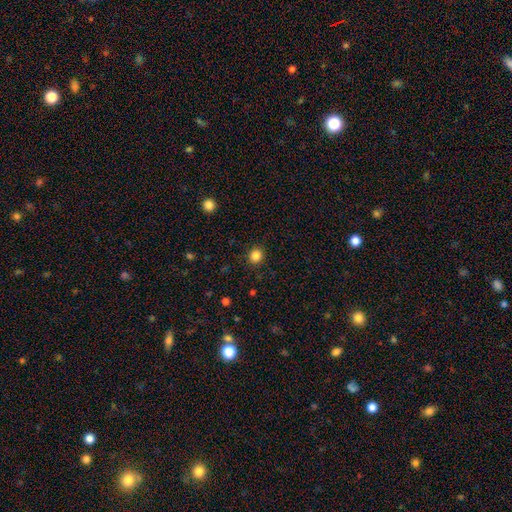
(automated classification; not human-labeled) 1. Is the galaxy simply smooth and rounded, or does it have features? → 84% smooth, 12% star or artifact, 4% featured or disk.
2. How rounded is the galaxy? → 85% round, 14% in between, 1% cigar-shaped.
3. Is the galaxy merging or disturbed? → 90% none, 7% minor disturbance, 2% major disturbance, 1% merger.